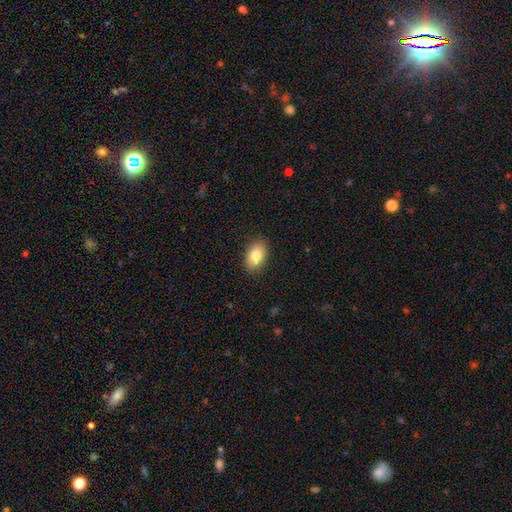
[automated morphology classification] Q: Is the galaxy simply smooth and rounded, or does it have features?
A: smooth — 83%.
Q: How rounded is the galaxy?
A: in between — 90%.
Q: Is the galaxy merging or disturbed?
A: none — 88%.